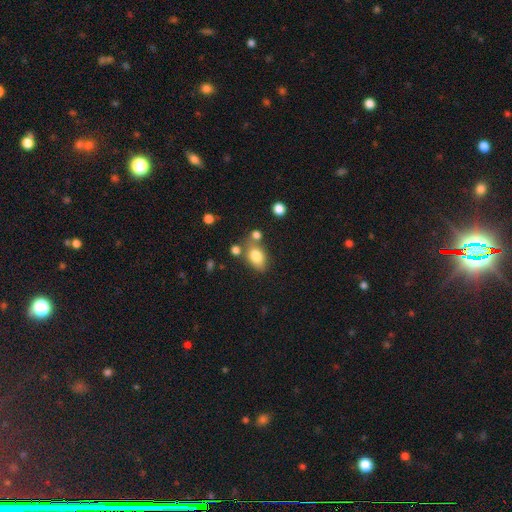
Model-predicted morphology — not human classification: Overall: smooth (80%). How rounded: in between (82%). Merging: none (59%).